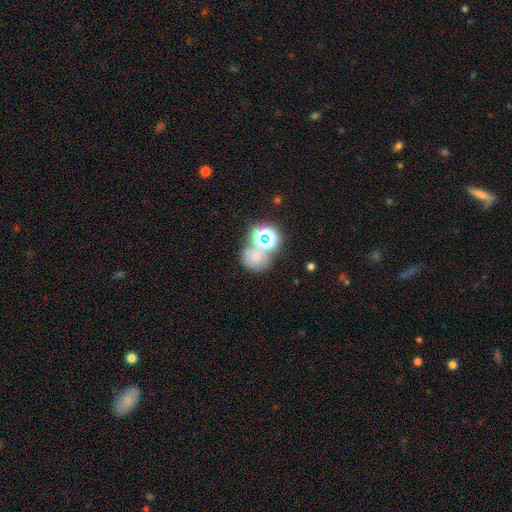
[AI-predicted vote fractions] Morphology: type=smooth (56%); roundness=round (76%); merging=none (48%).